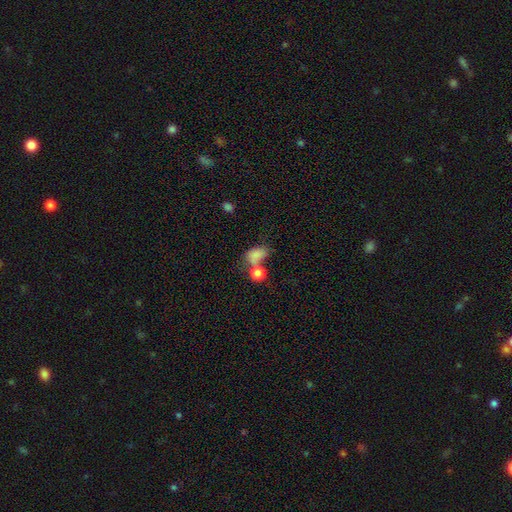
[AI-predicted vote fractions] A smooth galaxy with no disk features (79%) that is in between round and cigar-shaped (77%).

Vote fractions:
- Smooth or featured? smooth: 79% / featured or disk: 11% / star or artifact: 10%
- How rounded? in between: 77% / round: 21% / cigar-shaped: 2%
- Merging? merger: 51% / none: 27% / minor disturbance: 12% / major disturbance: 11%